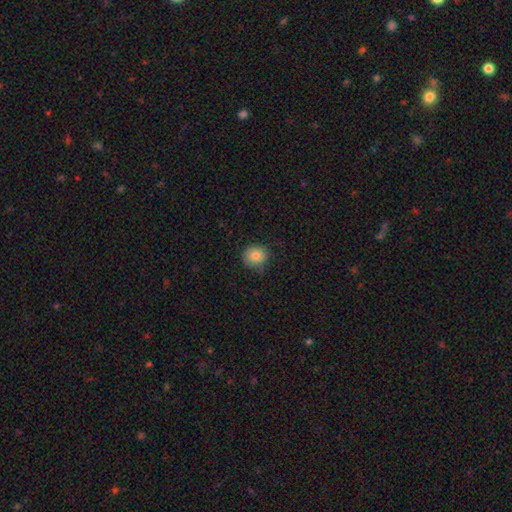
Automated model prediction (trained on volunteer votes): Smooth or featured?
  - smooth: 81% *
  - star or artifact: 10%
  - featured or disk: 8%
How rounded?
  - round: 87% *
  - in between: 12%
  - cigar-shaped: 1%
Merging?
  - none: 80% *
  - minor disturbance: 16%
  - major disturbance: 3%
  - merger: 1%